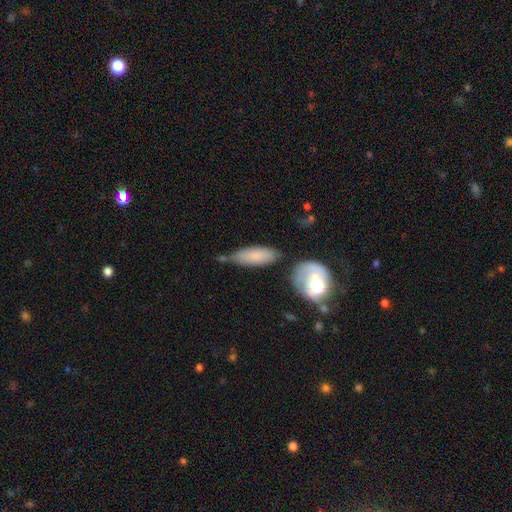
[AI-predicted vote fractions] smooth-or-featured: smooth: 76% | featured or disk: 16% | star or artifact: 8%
  how-rounded: in between: 64% | cigar-shaped: 33% | round: 4%
  merging: none: 50% | minor disturbance: 29% | merger: 12% | major disturbance: 9%